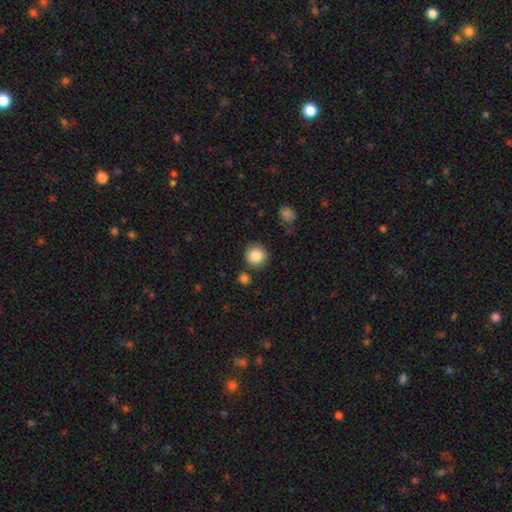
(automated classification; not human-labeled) Morphology: type=smooth (87%); roundness=round (91%); merging=none (84%).